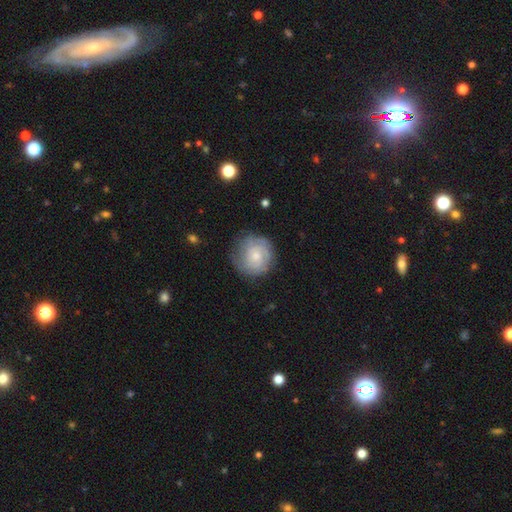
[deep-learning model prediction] Overall: featured or disk (67%). Edge-on disk: no (98%). Bar: no (76%). Spiral arms: yes (90%). Spiral arm count: can't tell (41%; 2 20%). Spiral winding: tight (70%). Bulge size: small (57%; moderate 34%). Merging: none (75%).